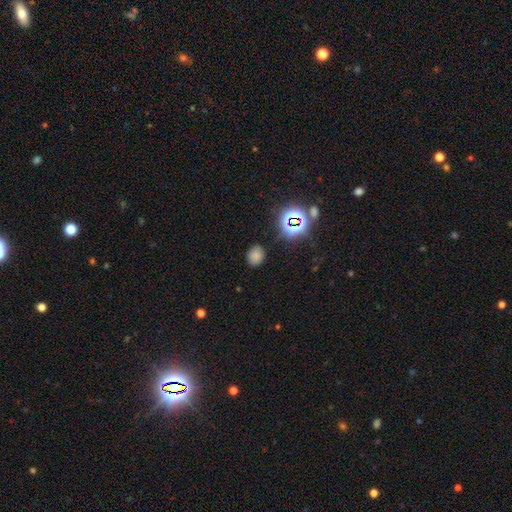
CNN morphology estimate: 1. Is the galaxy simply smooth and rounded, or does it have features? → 71% smooth, 23% star or artifact, 6% featured or disk.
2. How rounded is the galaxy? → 56% round, 43% in between, 1% cigar-shaped.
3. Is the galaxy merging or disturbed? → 81% none, 13% minor disturbance, 4% major disturbance, 2% merger.